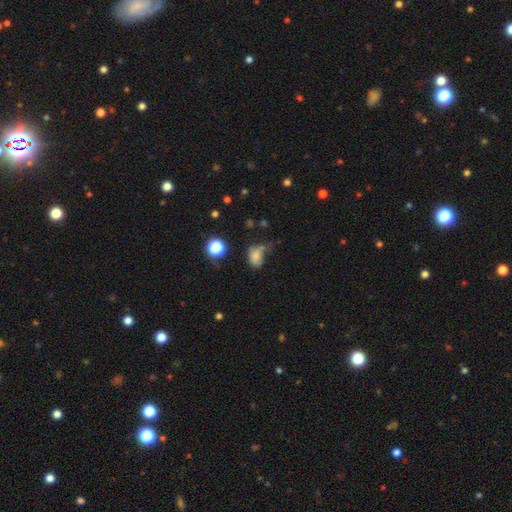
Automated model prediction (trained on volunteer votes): Morphology: type=smooth (71%); roundness=in between (74%); merging=none (33%).